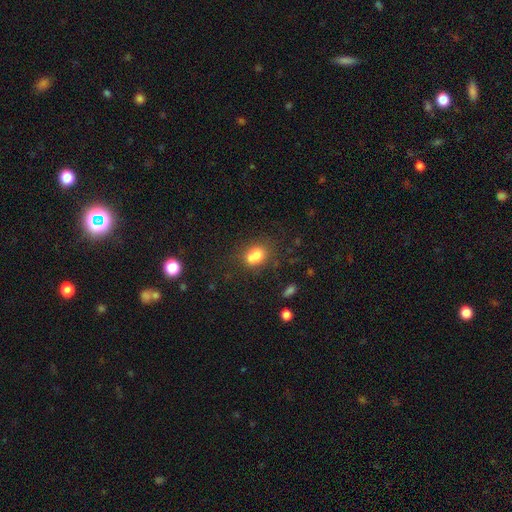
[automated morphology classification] This appears to be a smooth galaxy with no disk features (72%) that is round (51%). Merging: merger (42%).